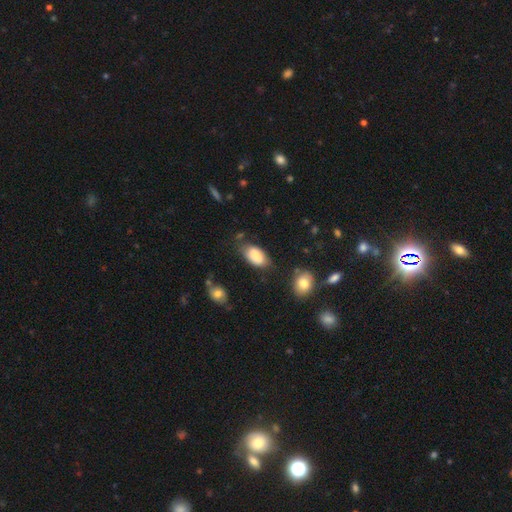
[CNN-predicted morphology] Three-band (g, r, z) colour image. It shows a smooth galaxy with no disk features (85%) that is in between round and cigar-shaped (94%). Merging: none (69%).